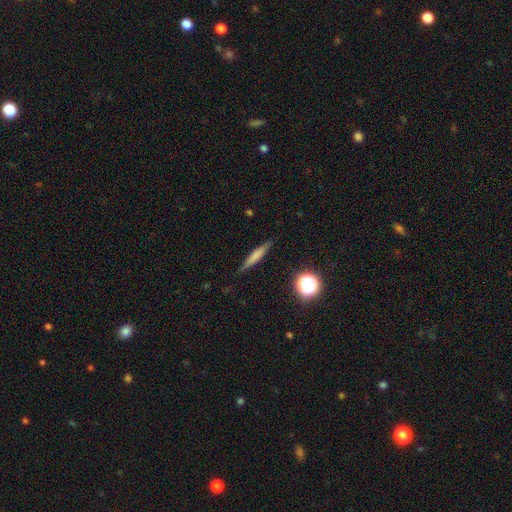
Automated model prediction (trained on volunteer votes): Overall: smooth (56%; featured or disk 34%). How rounded: cigar-shaped (89%). Merging: none (85%).